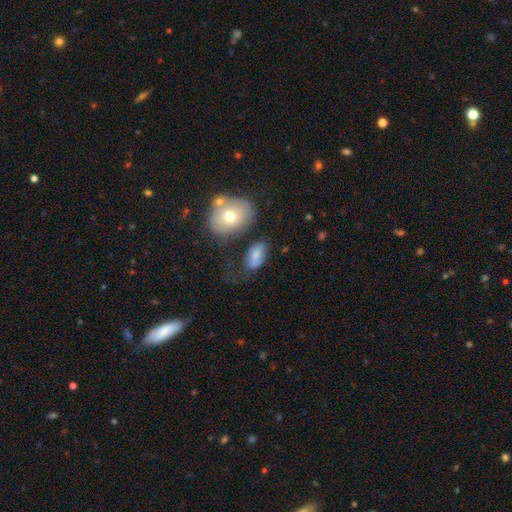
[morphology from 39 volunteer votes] type=smooth (67%); roundness=in between (77%); merging=none (42%).